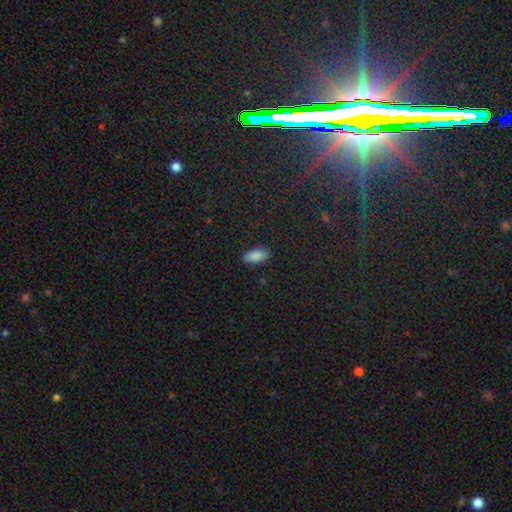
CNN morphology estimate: Smooth or featured: smooth — 87% (star or artifact — 8%)
How rounded: in between — 88% (cigar-shaped — 10%)
Merging: none — 88% (minor disturbance — 9%)